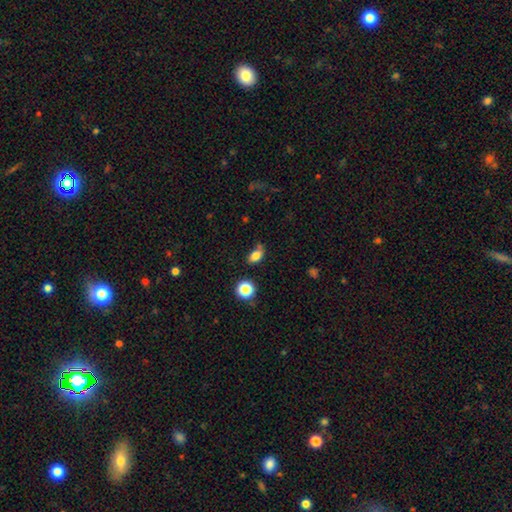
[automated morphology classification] Overall: smooth (81%). How rounded: in between (81%). Merging: none (62%; minor disturbance 23%).